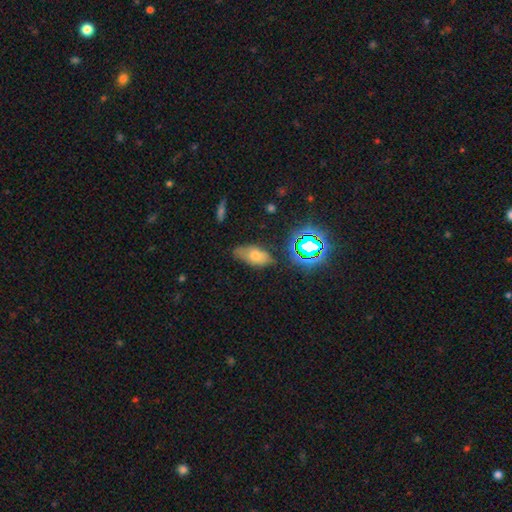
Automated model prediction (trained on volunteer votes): smooth 58%, star or artifact 24%, featured or disk 18%. Down the decision tree: how rounded — in between (85%); merging — none (68%).